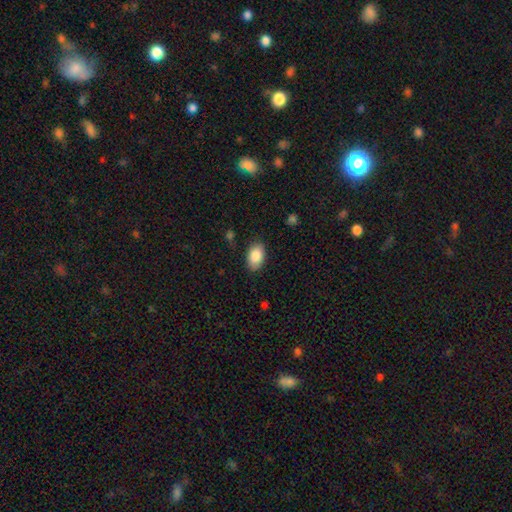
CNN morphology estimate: smooth 88%, star or artifact 7%, featured or disk 6%. Down the decision tree: how rounded — in between (92%); merging — none (84%).